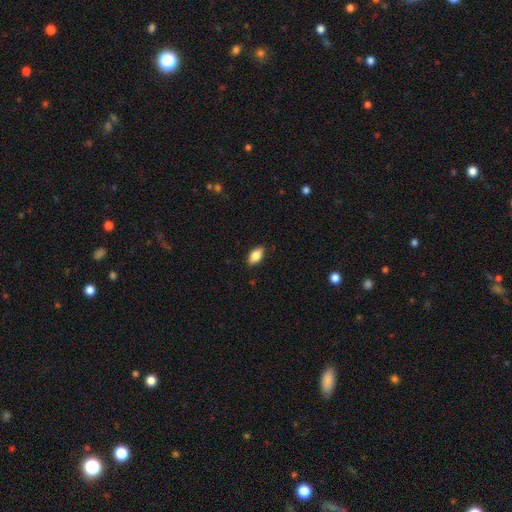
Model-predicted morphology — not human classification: Overall: smooth (83%). How rounded: in between (90%). Merging: none (87%).